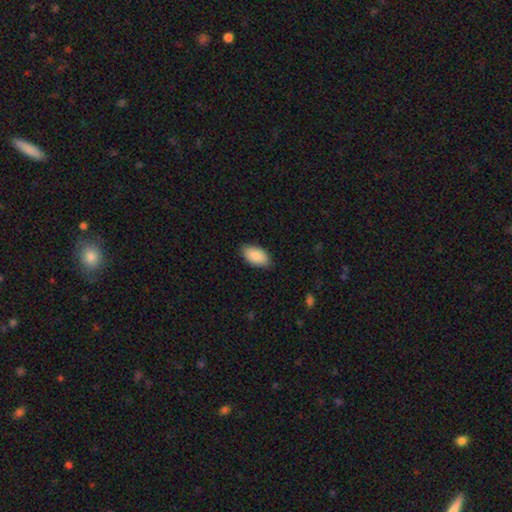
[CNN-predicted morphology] Overall: smooth (89%). How rounded: in between (95%). Merging: none (85%).